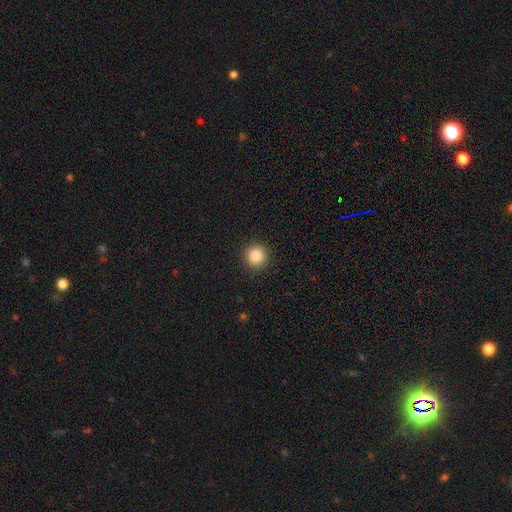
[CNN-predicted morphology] Overall: smooth (85%). How rounded: round (95%). Merging: none (92%).